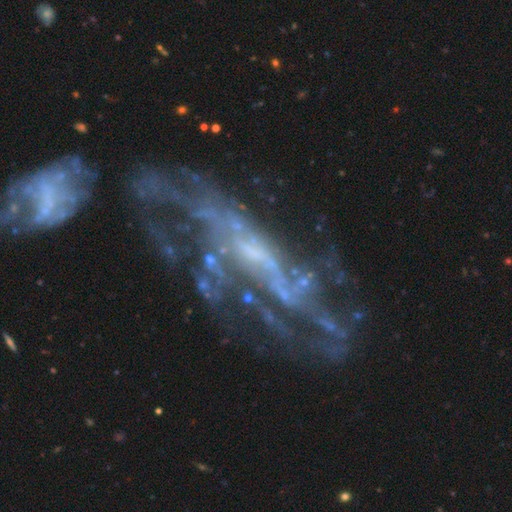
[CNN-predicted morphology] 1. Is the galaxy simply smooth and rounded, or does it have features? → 81% featured or disk, 12% star or artifact, 7% smooth.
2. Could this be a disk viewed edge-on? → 90% no, 10% yes.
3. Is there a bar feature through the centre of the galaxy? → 49% no, 35% weak, 16% strong.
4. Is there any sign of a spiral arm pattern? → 79% yes, 21% no.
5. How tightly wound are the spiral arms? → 37% medium, 32% loose, 30% tight.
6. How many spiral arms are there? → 47% can't tell, 17% 2, 12% 3, 10% 4, 7% more than 4, 7% 1.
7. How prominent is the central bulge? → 53% small, 23% none, 19% moderate, 2% large, 1% dominant.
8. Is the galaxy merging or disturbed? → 30% none, 29% merger, 27% major disturbance, 14% minor disturbance.